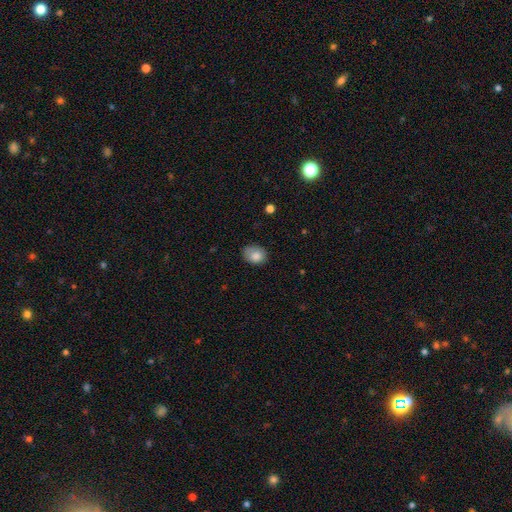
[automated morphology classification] smooth_or_featured: smooth (p=0.83) [alt: star or artifact p=0.09]
how_rounded: in between (p=0.65) [alt: round p=0.34]
merging: none (p=0.62) [alt: minor disturbance p=0.29]